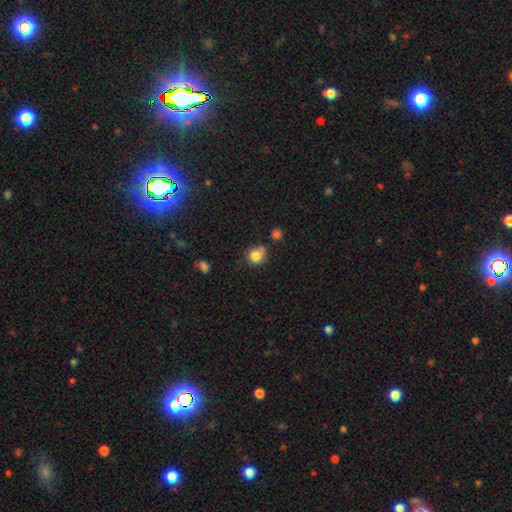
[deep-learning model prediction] A smooth galaxy with no disk features (80%) that is round (75%). Merging: none (49%).